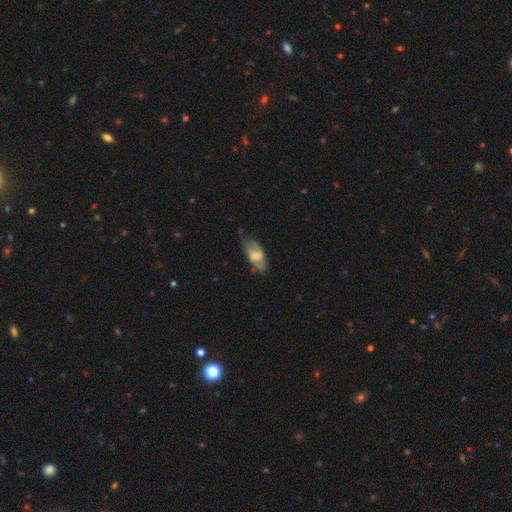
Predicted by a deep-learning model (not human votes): Smooth or featured? Predicted: smooth (p=0.50). How rounded? Predicted: in between (p=0.87). Merging? Predicted: none (p=0.44).